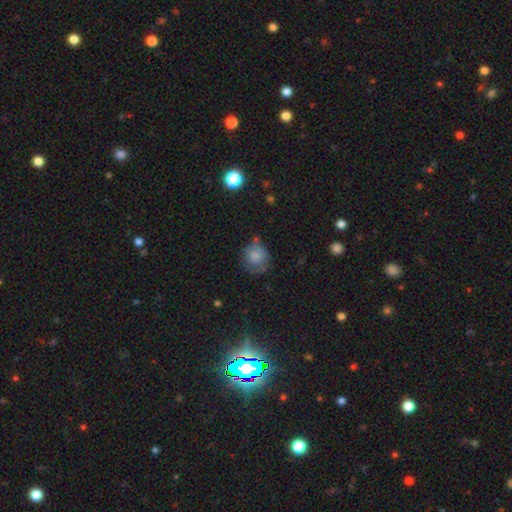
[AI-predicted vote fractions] Smooth or featured: smooth — 71% (featured or disk — 18%)
How rounded: round — 78% (in between — 21%)
Merging: none — 52% (minor disturbance — 29%)